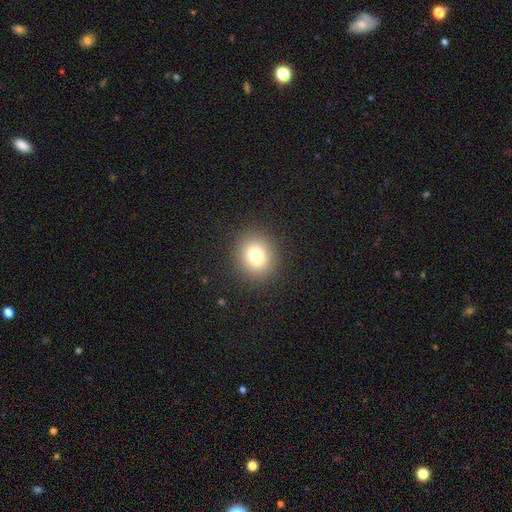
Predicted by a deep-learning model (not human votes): This appears to be a smooth galaxy with no disk features (78%) that is round (81%). Merging: none (90%).